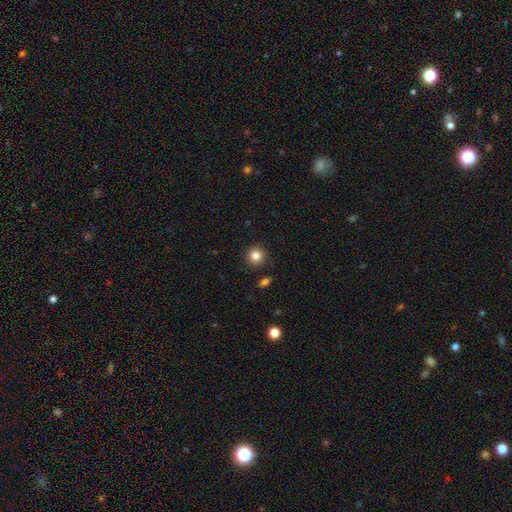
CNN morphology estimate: Smooth or featured: smooth — 84% (star or artifact — 11%)
How rounded: round — 93% (in between — 6%)
Merging: none — 91% (minor disturbance — 6%)